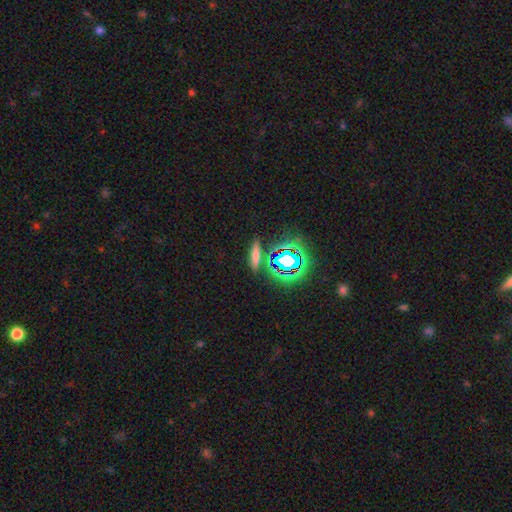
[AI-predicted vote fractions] Smooth or featured?
  - smooth: 52% *
  - star or artifact: 28%
  - featured or disk: 20%
How rounded?
  - cigar-shaped: 71% *
  - in between: 21%
  - round: 8%
Merging?
  - none: 82% *
  - minor disturbance: 10%
  - merger: 5%
  - major disturbance: 3%